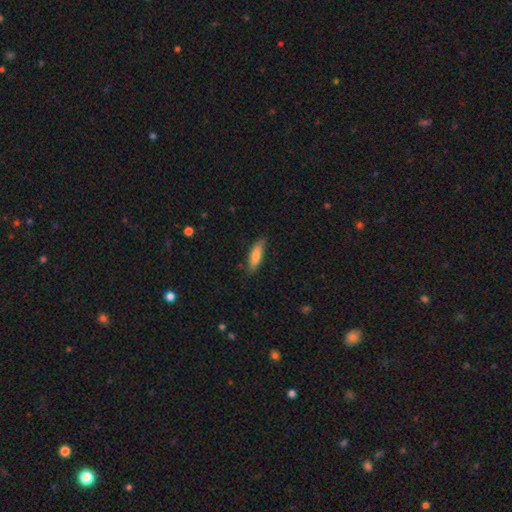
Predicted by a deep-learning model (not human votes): Smooth or featured? Predicted: smooth (p=0.76). How rounded? Predicted: cigar-shaped (p=0.61). Merging? Predicted: none (p=0.80).